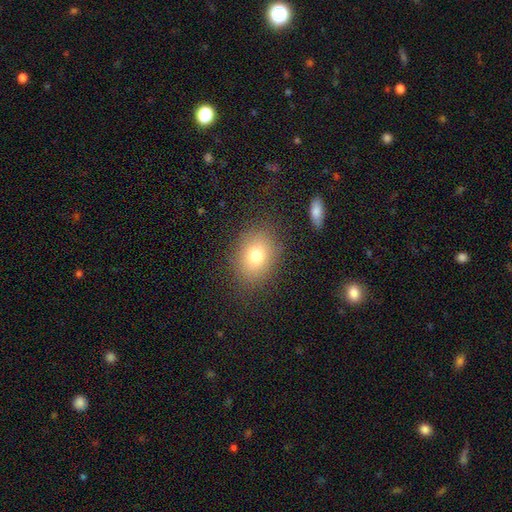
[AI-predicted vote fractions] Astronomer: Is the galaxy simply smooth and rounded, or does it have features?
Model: smooth — 77%.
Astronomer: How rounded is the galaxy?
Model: in between — 53% (runner-up: round, 46%).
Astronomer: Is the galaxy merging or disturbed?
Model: none — 83%.